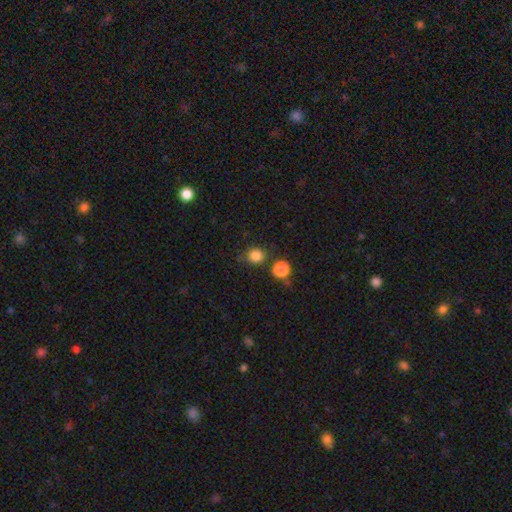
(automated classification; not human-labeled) Smooth or featured? smooth (82%)
How rounded? round (82%)
Merging? none (75%)